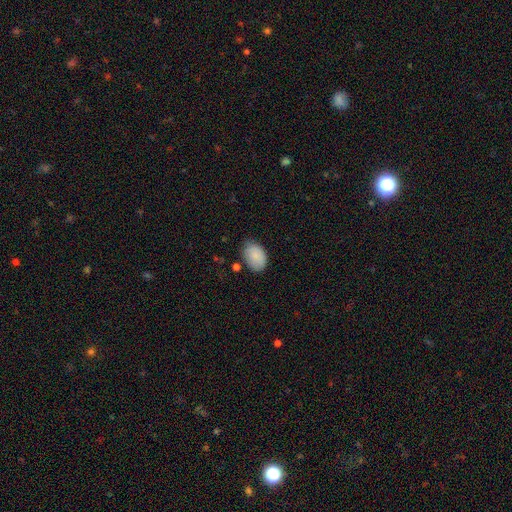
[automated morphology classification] Smooth or featured? Predicted: smooth (p=0.87). How rounded? Predicted: in between (p=0.86). Merging? Predicted: none (p=0.71).